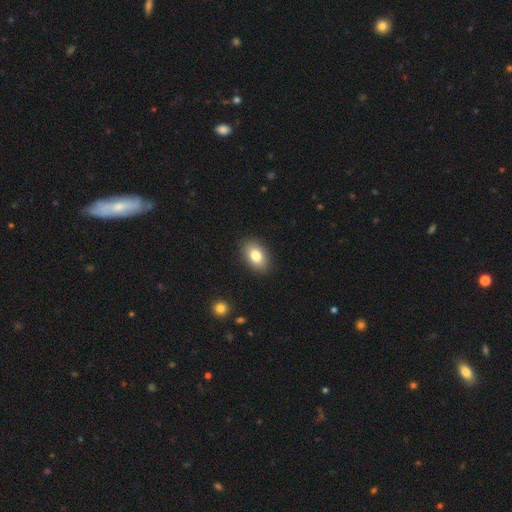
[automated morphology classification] Q: Smooth or featured?
A: smooth (81%); runner-up: featured or disk (11%)
Q: How rounded?
A: in between (88%); runner-up: round (11%)
Q: Merging?
A: none (89%); runner-up: minor disturbance (8%)